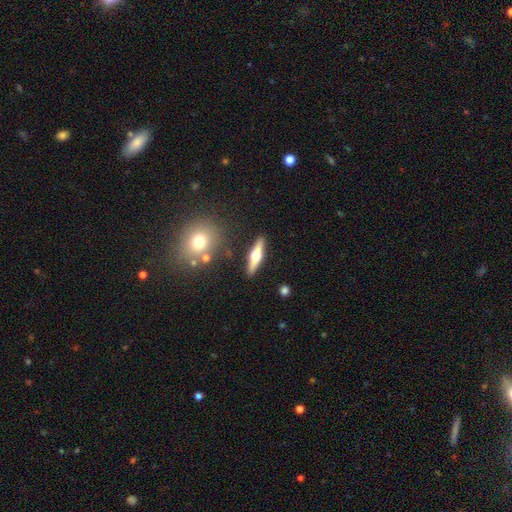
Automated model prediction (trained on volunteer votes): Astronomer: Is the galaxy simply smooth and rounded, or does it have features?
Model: featured or disk — 63%.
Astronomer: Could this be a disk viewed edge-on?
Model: yes — 95%.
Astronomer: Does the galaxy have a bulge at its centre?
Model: rounded — 95%.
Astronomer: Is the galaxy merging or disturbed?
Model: none — 88%.